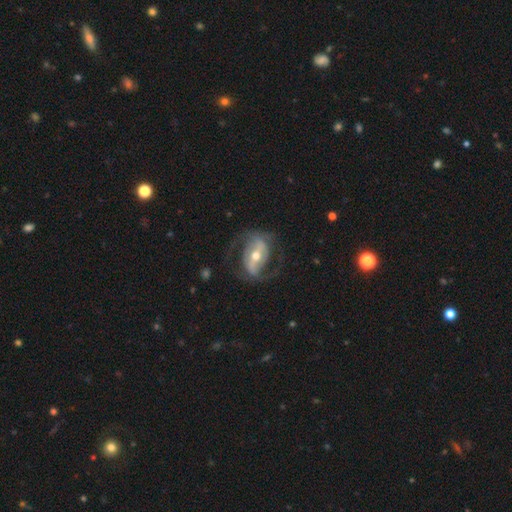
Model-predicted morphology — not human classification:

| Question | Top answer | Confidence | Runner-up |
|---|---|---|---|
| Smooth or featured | featured or disk | 83% | smooth (12%) |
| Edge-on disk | no | 96% | yes (4%) |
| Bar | strong | 54% | weak (31%) |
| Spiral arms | yes | 88% | no (12%) |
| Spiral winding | medium | 49% | loose (33%) |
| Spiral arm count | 2 | 88% | can't tell (5%) |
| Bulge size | moderate | 64% | small (30%) |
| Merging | none | 69% | major disturbance (15%) |